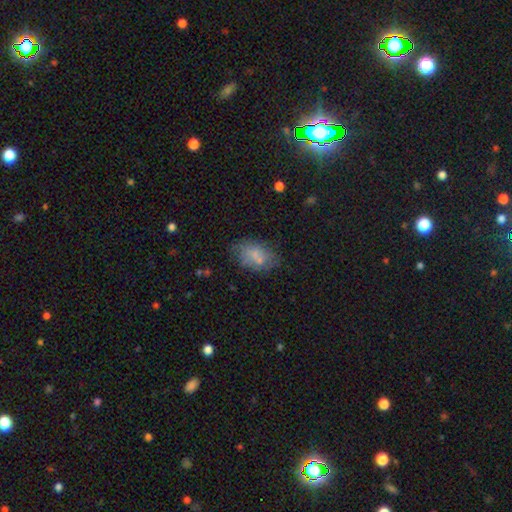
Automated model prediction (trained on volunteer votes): A smooth galaxy with no disk features (69%) that is in between round and cigar-shaped (85%).

Vote fractions:
- Smooth or featured? smooth: 69% / featured or disk: 20% / star or artifact: 11%
- How rounded? in between: 85% / round: 13% / cigar-shaped: 2%
- Merging? none: 58% / minor disturbance: 22% / merger: 11% / major disturbance: 9%